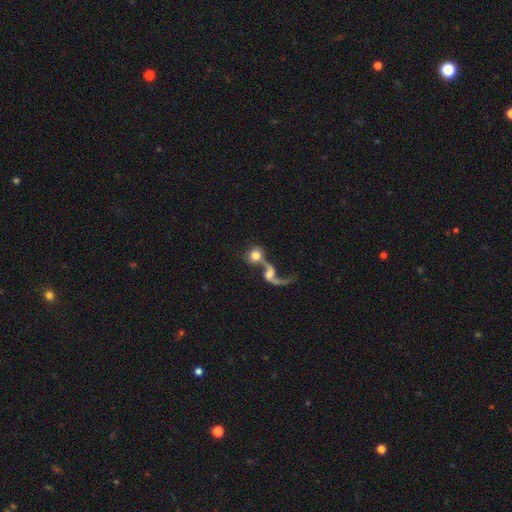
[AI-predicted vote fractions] A smooth galaxy with no disk features (57%) that is round (83%). Merging: merger (55%).